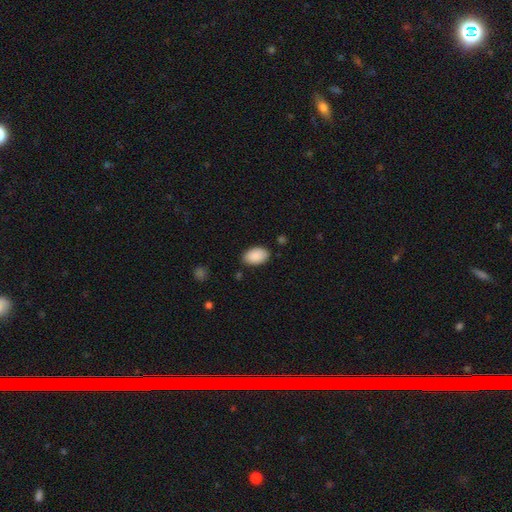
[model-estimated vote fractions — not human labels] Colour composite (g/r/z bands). It shows a smooth galaxy with no disk features (90%) that is in between round and cigar-shaped (92%). Merging: none (85%).